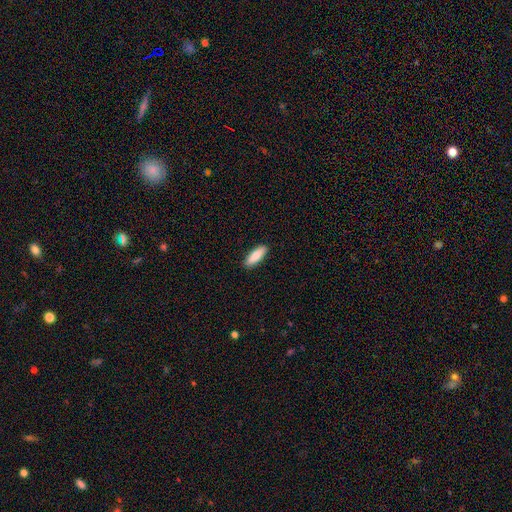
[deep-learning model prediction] Q: Smooth or featured?
A: smooth (83%); runner-up: featured or disk (12%)
Q: How rounded?
A: in between (56%); runner-up: cigar-shaped (42%)
Q: Merging?
A: none (90%); runner-up: minor disturbance (7%)